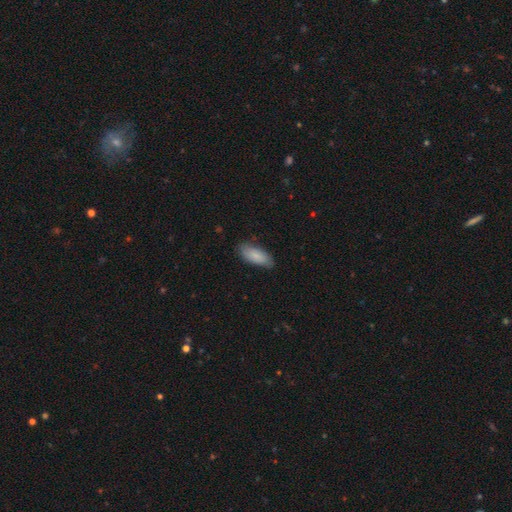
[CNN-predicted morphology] Overall: smooth (84%). How rounded: in between (85%). Merging: none (77%).